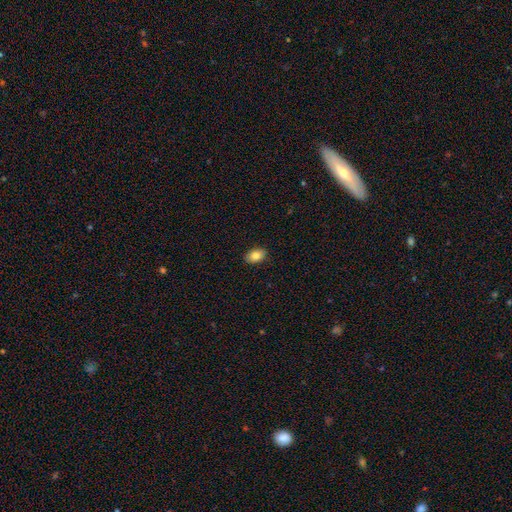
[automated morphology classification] Smooth or featured? Predicted: smooth (p=0.84). How rounded? Predicted: in between (p=0.86). Merging? Predicted: none (p=0.90).